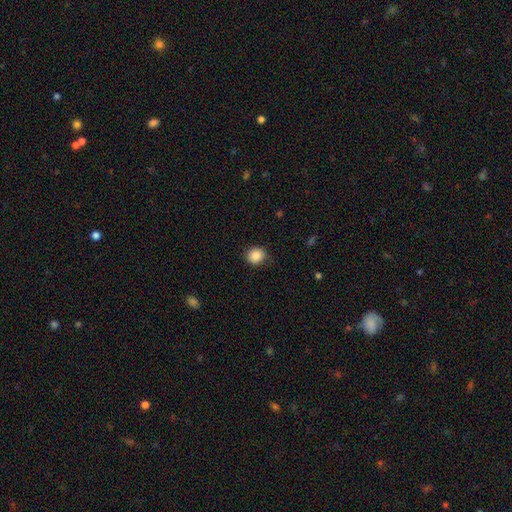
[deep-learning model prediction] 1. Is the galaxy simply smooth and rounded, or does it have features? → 87% smooth, 9% star or artifact, 4% featured or disk.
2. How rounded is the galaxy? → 81% round, 18% in between, 1% cigar-shaped.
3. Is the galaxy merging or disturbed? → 84% none, 12% minor disturbance, 3% major disturbance, 1% merger.